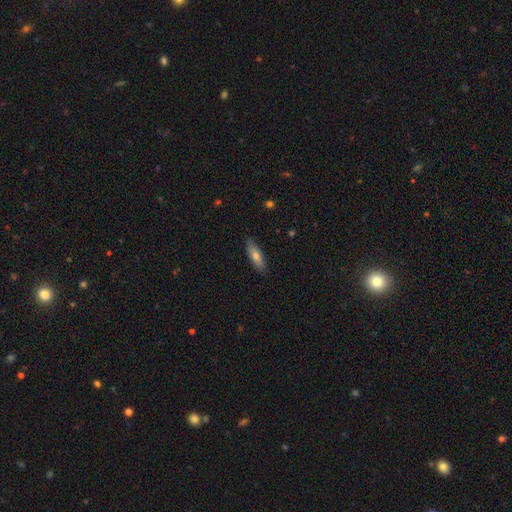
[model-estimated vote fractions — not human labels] Smooth or featured: smooth — 67% (featured or disk — 27%)
How rounded: cigar-shaped — 61% (in between — 37%)
Merging: none — 87% (minor disturbance — 10%)